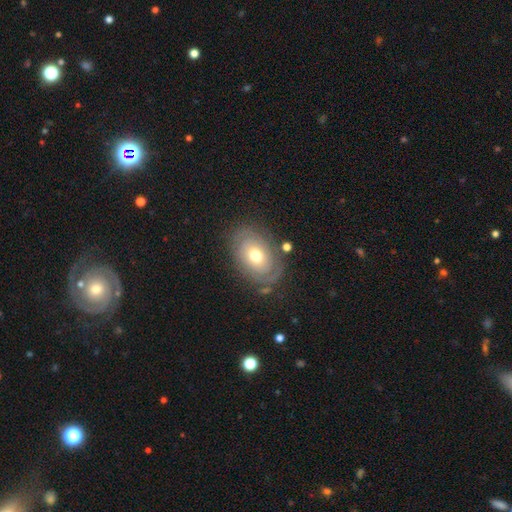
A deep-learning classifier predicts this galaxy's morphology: featured or disk 67%, smooth 25%, star or artifact 7%. Down the decision tree: edge-on disk — no (95%); bar — no (82%); spiral arms — yes (78%); bulge size — moderate (73%); merging — none (76%).